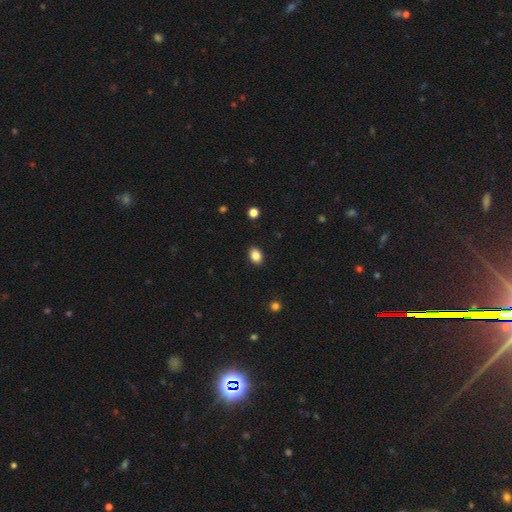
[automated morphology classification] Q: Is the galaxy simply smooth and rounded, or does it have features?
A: smooth — 86%.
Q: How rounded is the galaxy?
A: in between — 71%.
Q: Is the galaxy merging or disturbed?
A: none — 90%.